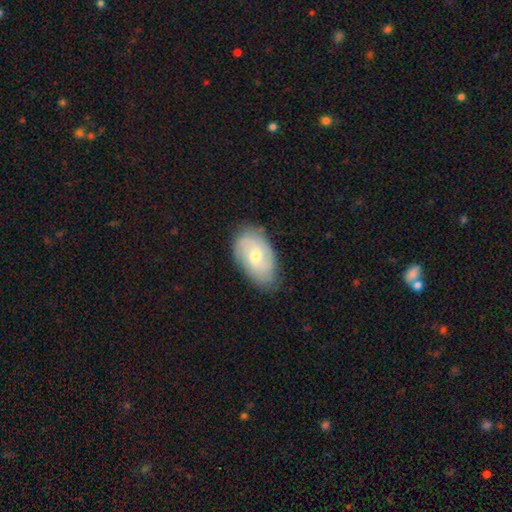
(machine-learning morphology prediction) featured or disk 53%, smooth 41%, star or artifact 6%. Down the decision tree: edge-on disk — no (93%); merging — none (73%).